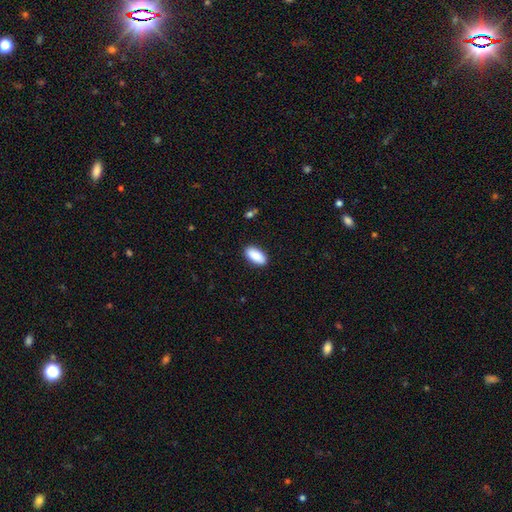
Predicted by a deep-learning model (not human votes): smooth_or_featured: smooth (p=0.90) [alt: star or artifact p=0.06]
how_rounded: in between (p=0.92) [alt: cigar-shaped p=0.06]
merging: none (p=0.89) [alt: minor disturbance p=0.08]